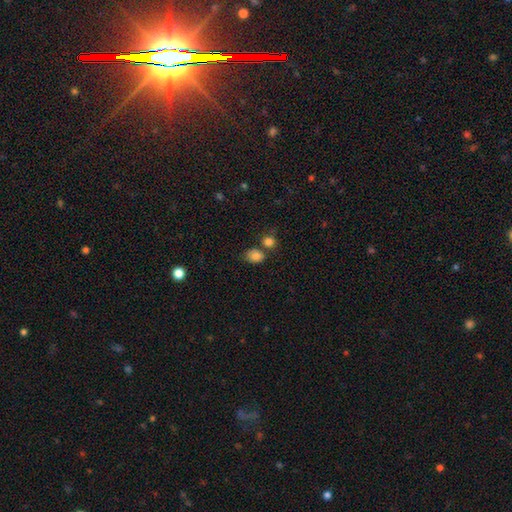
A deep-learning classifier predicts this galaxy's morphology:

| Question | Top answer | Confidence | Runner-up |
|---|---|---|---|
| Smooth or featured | smooth | 82% | star or artifact (11%) |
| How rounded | in between | 52% | round (47%) |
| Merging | none | 62% | merger (19%) |